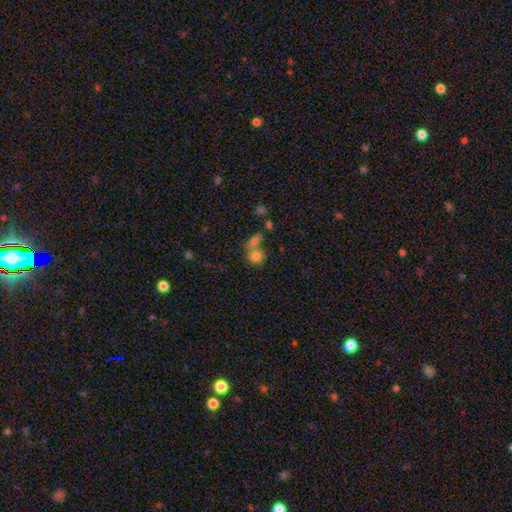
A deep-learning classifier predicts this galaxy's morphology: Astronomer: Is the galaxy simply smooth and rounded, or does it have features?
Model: smooth — 76%.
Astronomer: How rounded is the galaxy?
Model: round — 66%.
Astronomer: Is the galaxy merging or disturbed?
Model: merger — 43% (runner-up: none, 39%).